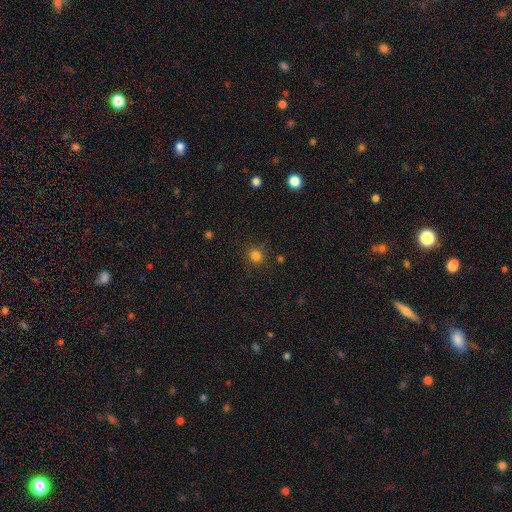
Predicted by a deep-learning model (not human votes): Smooth or featured?
  - smooth: 81% *
  - star or artifact: 14%
  - featured or disk: 4%
How rounded?
  - round: 87% *
  - in between: 12%
  - cigar-shaped: 1%
Merging?
  - none: 86% *
  - minor disturbance: 9%
  - major disturbance: 3%
  - merger: 2%